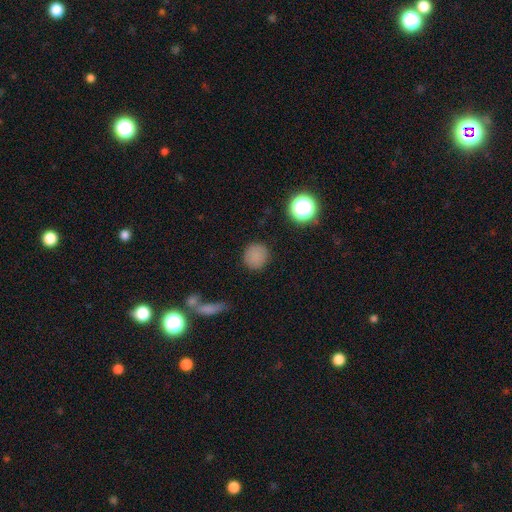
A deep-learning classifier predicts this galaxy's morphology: Overall: smooth (82%). How rounded: round (91%). Merging: none (89%).